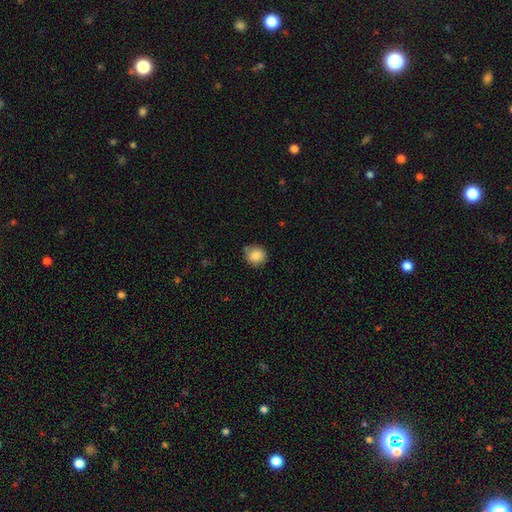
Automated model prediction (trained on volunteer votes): This appears to be a smooth galaxy with no disk features (86%) that is round (84%). Merging: none (75%).